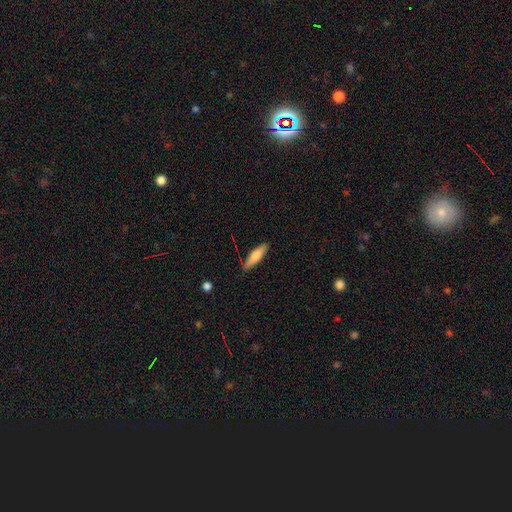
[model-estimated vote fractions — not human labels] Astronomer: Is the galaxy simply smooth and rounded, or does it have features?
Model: smooth — 71%.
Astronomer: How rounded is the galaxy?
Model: cigar-shaped — 67%.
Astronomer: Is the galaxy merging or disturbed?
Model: none — 85%.